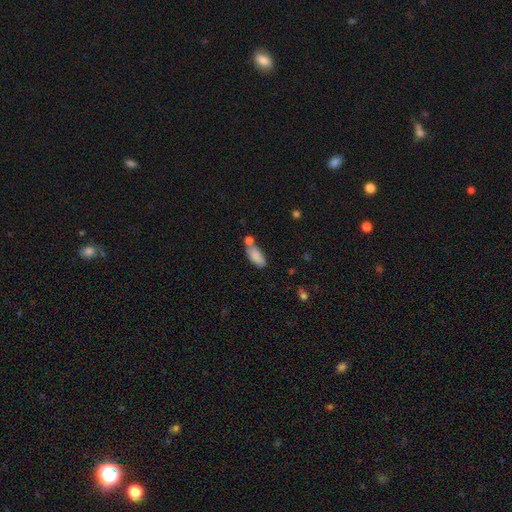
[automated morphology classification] This is clearly a smooth galaxy (84%). How rounded: clearly in between (87%). Merging: possibly none (52%).